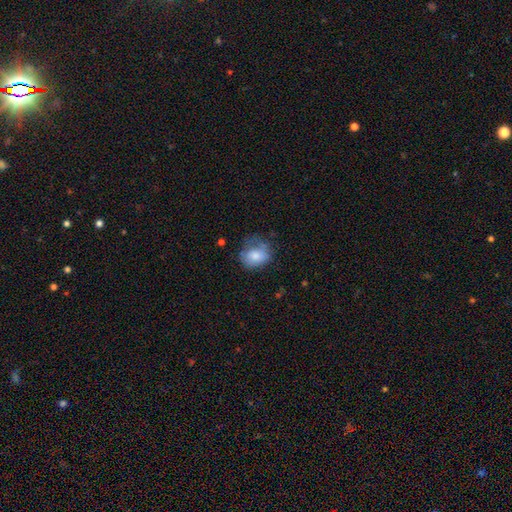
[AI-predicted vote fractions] This appears to be a smooth galaxy with no disk features (72%) that is round (54%). Merging: none (44%).